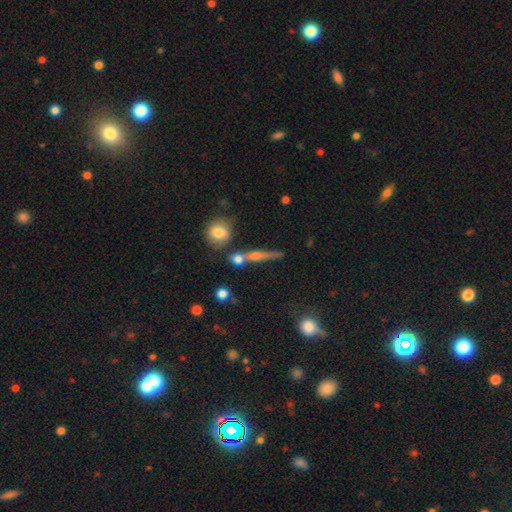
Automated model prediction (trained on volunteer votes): A featured or disk galaxy (45%). Merging: none (65%).